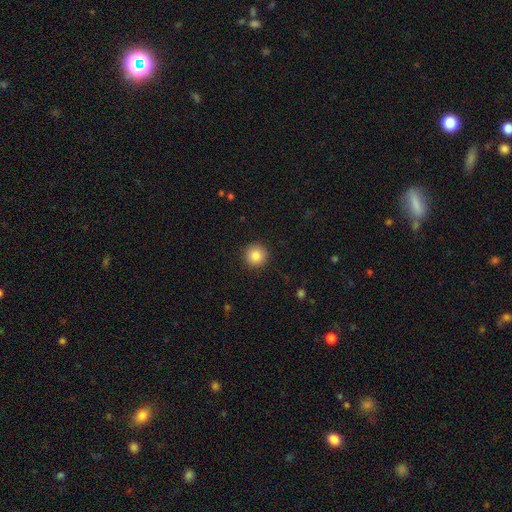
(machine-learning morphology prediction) smooth_or_featured: smooth (p=0.85) [alt: star or artifact p=0.09]
how_rounded: round (p=0.96) [alt: in between p=0.03]
merging: none (p=0.92) [alt: minor disturbance p=0.05]